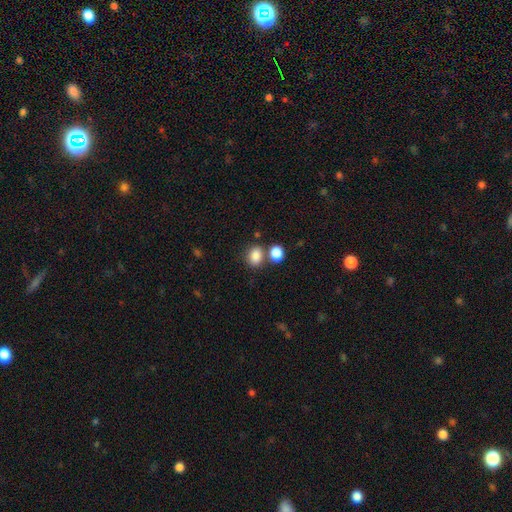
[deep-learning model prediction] smooth 84%, star or artifact 10%, featured or disk 6%. Down the decision tree: how rounded — in between (50%); merging — none (63%).